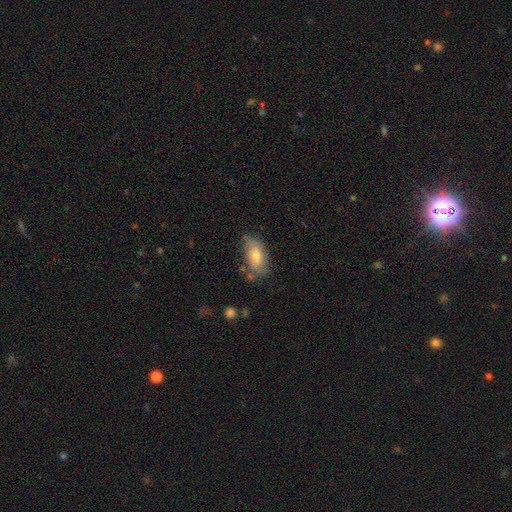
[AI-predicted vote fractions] Overall: smooth (73%). How rounded: in between (91%). Merging: none (57%; minor disturbance 30%).